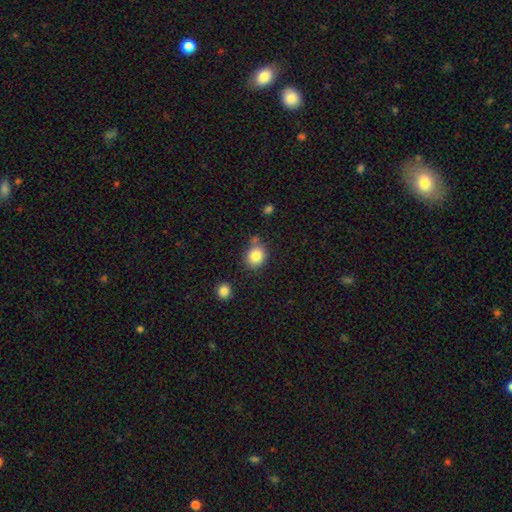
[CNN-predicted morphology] Overall: smooth (84%). How rounded: round (77%). Merging: none (72%).